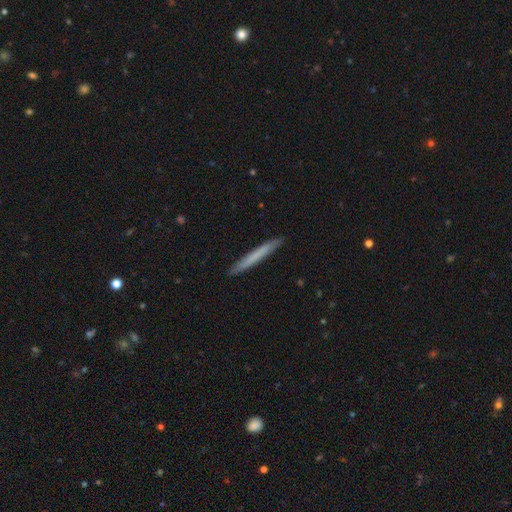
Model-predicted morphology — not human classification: smooth 64%, featured or disk 30%, star or artifact 6%. Down the decision tree: how rounded — cigar-shaped (97%); merging — none (91%).